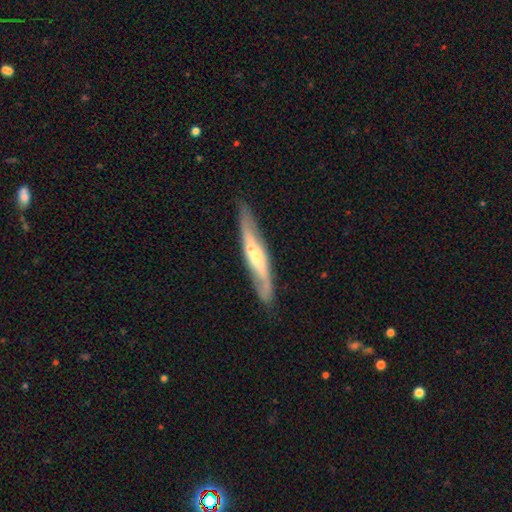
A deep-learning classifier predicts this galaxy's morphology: featured or disk 68%, smooth 26%, star or artifact 5%. Down the decision tree: edge-on disk — yes (66%); merging — none (76%).